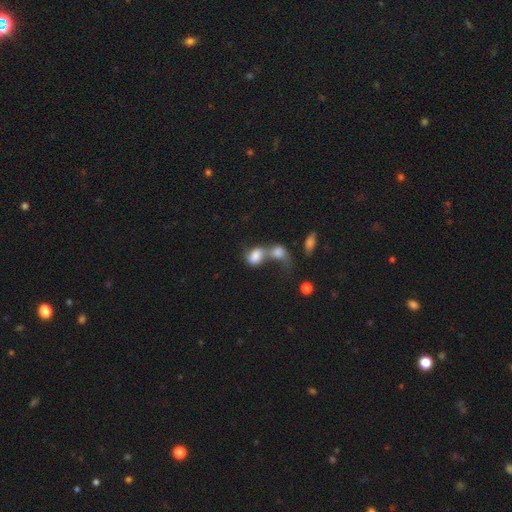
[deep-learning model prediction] smooth-or-featured: smooth: 70% | featured or disk: 20% | star or artifact: 10%
  how-rounded: in between: 74% | round: 24% | cigar-shaped: 2%
  merging: merger: 75% | major disturbance: 10% | none: 10% | minor disturbance: 5%